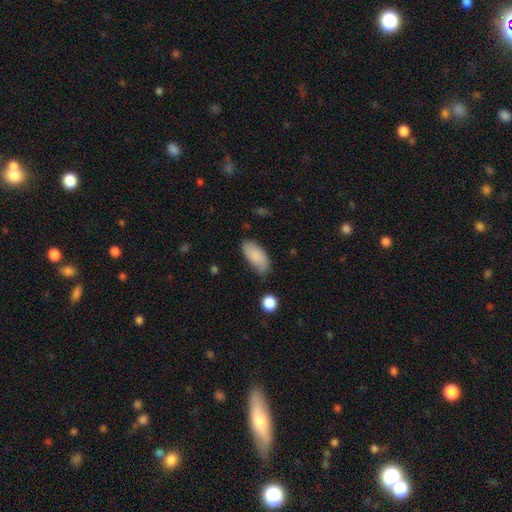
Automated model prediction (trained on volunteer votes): Smooth or featured? Predicted: smooth (p=0.84). How rounded? Predicted: in between (p=0.92). Merging? Predicted: none (p=0.64).